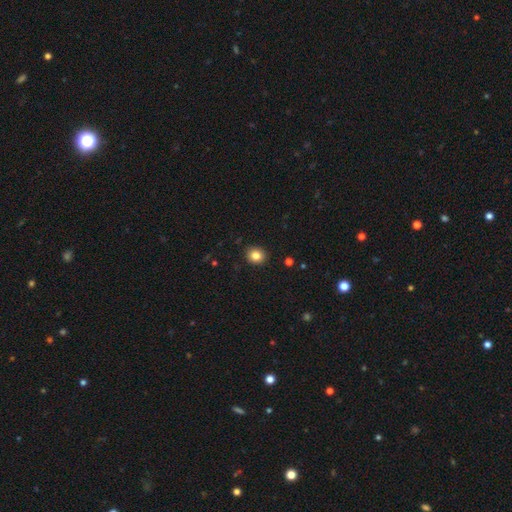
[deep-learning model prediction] Smooth or featured? smooth (83%)
How rounded? round (77%)
Merging? none (91%)